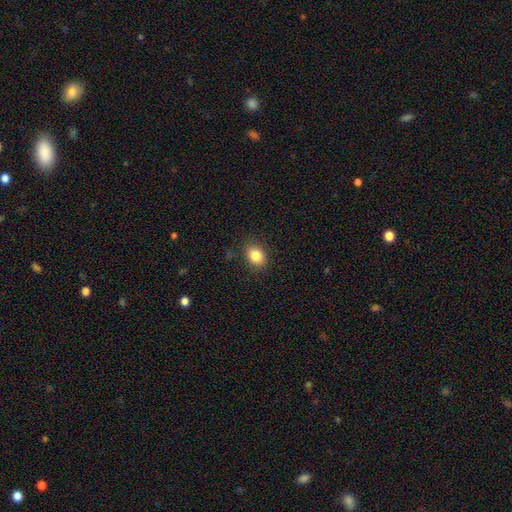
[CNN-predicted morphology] smooth-or-featured: smooth: 84% | star or artifact: 10% | featured or disk: 6%
  how-rounded: in between: 62% | round: 37% | cigar-shaped: 1%
  merging: none: 86% | minor disturbance: 10% | major disturbance: 3% | merger: 1%